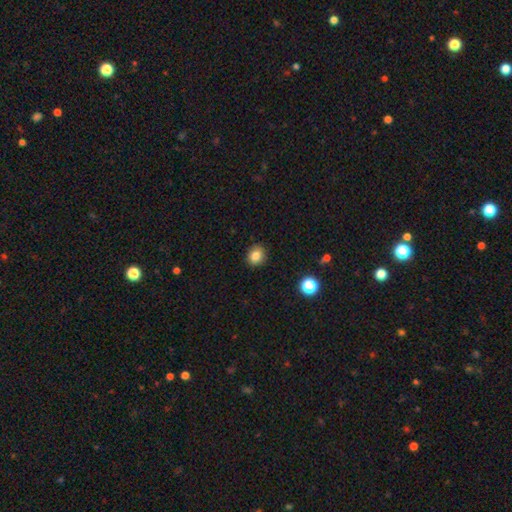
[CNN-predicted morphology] Q: Smooth or featured?
A: smooth (82%); runner-up: star or artifact (12%)
Q: How rounded?
A: round (80%); runner-up: in between (19%)
Q: Merging?
A: none (91%); runner-up: minor disturbance (7%)